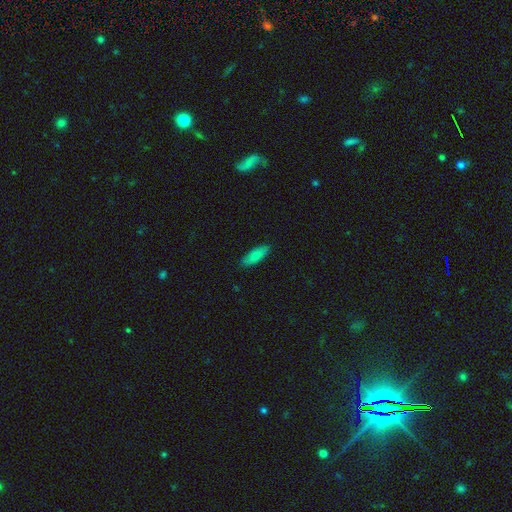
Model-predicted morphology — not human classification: Q: Smooth or featured?
A: smooth (80%); runner-up: featured or disk (14%)
Q: How rounded?
A: in between (59%); runner-up: cigar-shaped (39%)
Q: Merging?
A: none (88%); runner-up: minor disturbance (9%)